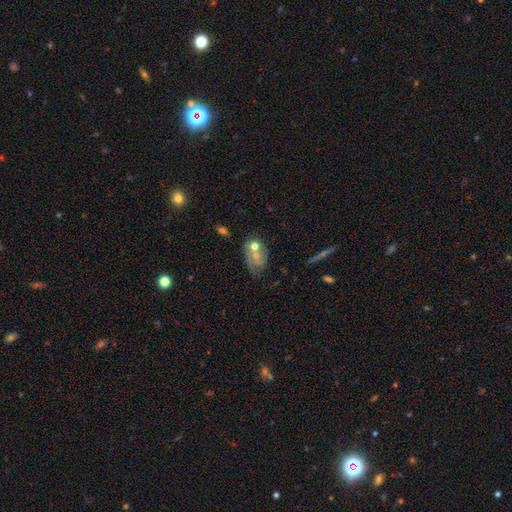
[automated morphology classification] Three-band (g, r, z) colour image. It shows a featured or disk galaxy (55%) with no bar (76%), spiral arms (64%) and a moderate central bulge (44%). Merging: none (48%).